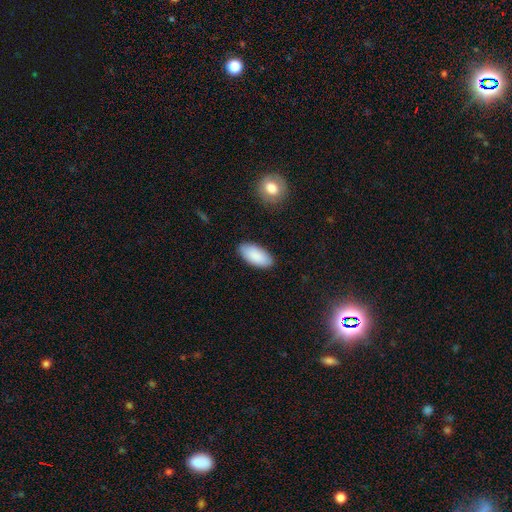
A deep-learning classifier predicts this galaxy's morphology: smooth-or-featured: smooth: 89% | star or artifact: 6% | featured or disk: 5%
  how-rounded: in between: 93% | cigar-shaped: 5% | round: 2%
  merging: none: 87% | minor disturbance: 9% | major disturbance: 2% | merger: 1%